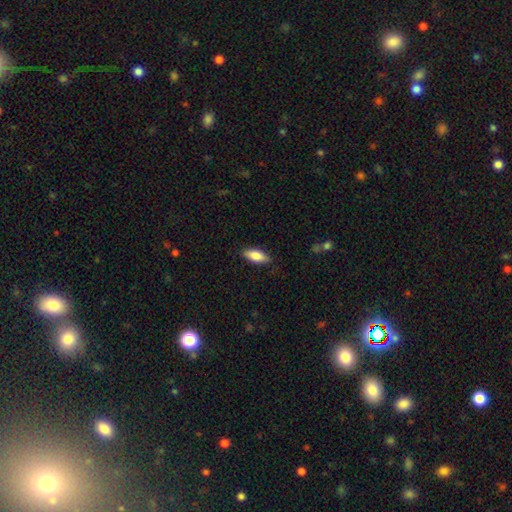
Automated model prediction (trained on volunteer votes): This is clearly a smooth galaxy (82%). How rounded: likely in between (79%). Merging: clearly none (85%).